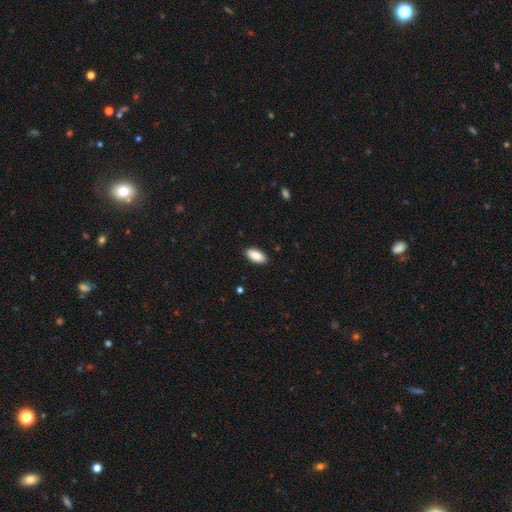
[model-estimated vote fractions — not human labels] Morphology: type=smooth (89%); roundness=in between (92%); merging=none (89%).